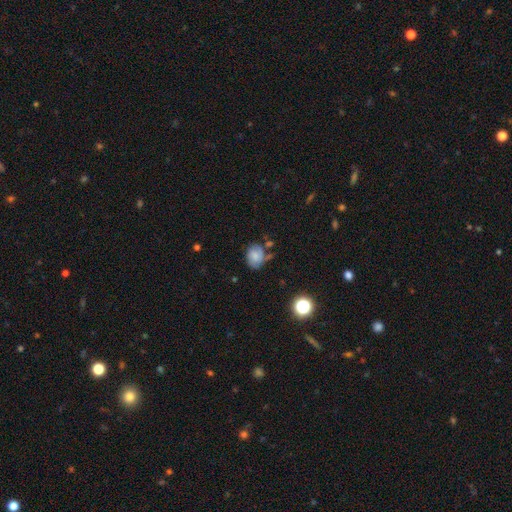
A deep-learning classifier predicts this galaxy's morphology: smooth_or_featured: smooth (p=0.63) [alt: featured or disk p=0.25]
how_rounded: in between (p=0.55) [alt: round p=0.44]
merging: none (p=0.53) [alt: minor disturbance p=0.27]